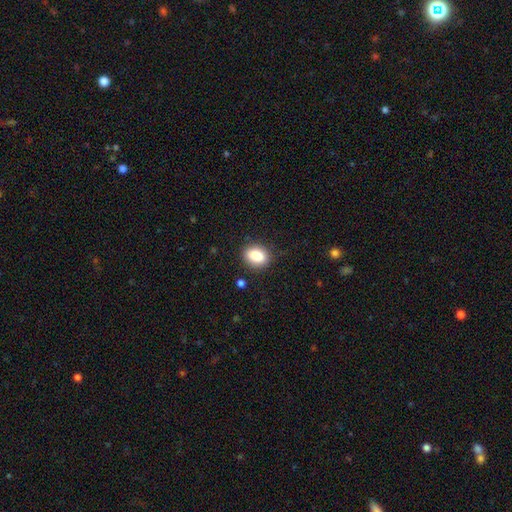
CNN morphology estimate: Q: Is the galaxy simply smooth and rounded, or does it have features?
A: smooth — 86%.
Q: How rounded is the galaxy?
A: in between — 66%.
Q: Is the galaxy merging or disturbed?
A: none — 85%.